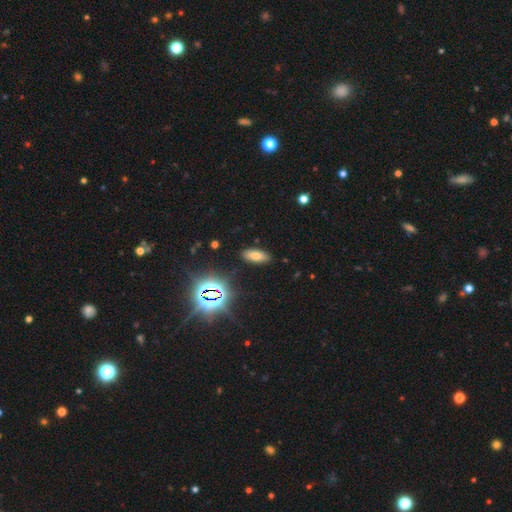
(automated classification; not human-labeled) A smooth galaxy with no disk features (60%) that is in between round and cigar-shaped (80%).

Vote fractions:
- Smooth or featured? smooth: 60% / star or artifact: 26% / featured or disk: 15%
- How rounded? in between: 80% / cigar-shaped: 16% / round: 5%
- Merging? none: 88% / minor disturbance: 8% / major disturbance: 3% / merger: 2%